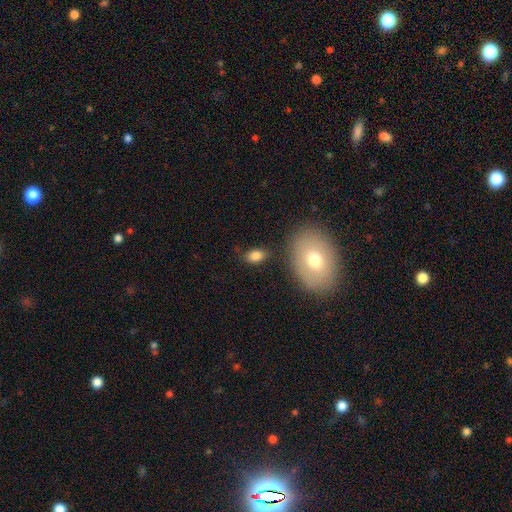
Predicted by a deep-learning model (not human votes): This is clearly a smooth galaxy (82%). How rounded: clearly in between (86%). Merging: likely none (76%).